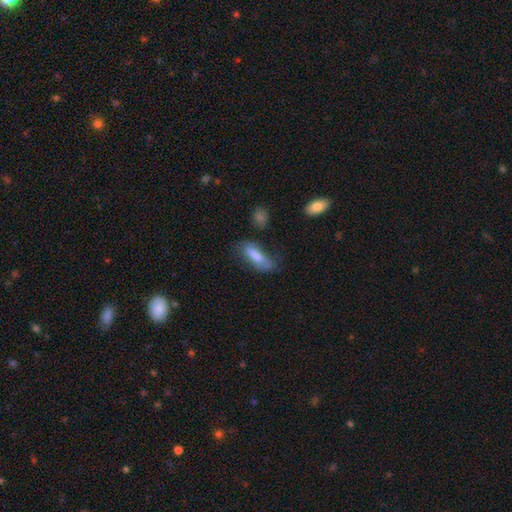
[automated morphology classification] smooth_or_featured: smooth (p=0.67) [alt: featured or disk p=0.25]
how_rounded: in between (p=0.59) [alt: cigar-shaped p=0.39]
merging: none (p=0.59) [alt: minor disturbance p=0.26]